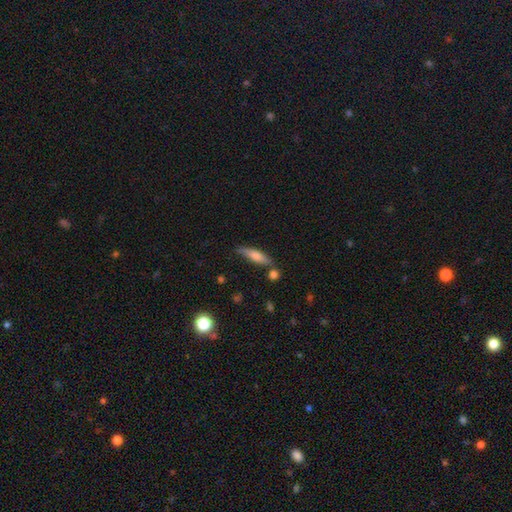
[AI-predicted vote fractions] smooth 56%, featured or disk 37%, star or artifact 7%. Down the decision tree: how rounded — cigar-shaped (78%); merging — none (75%).